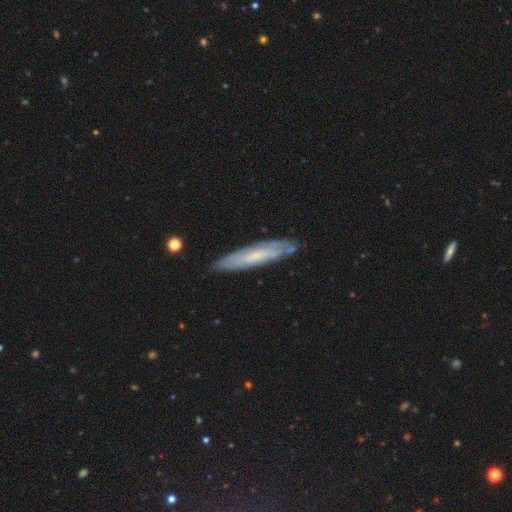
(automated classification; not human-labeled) featured or disk 49%, smooth 44%, star or artifact 7%. Down the decision tree: merging — none (83%).